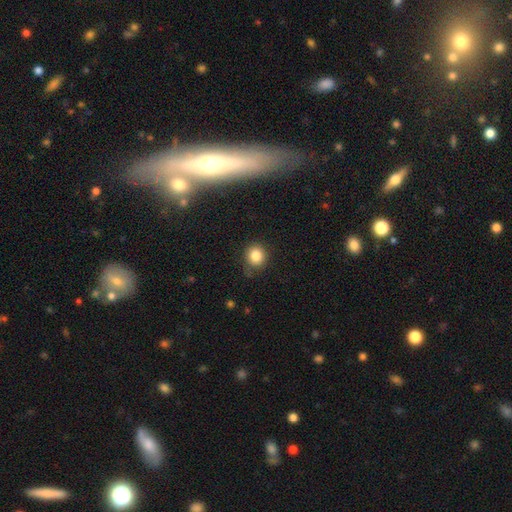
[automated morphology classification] type=smooth (83%); roundness=round (85%); merging=none (81%).